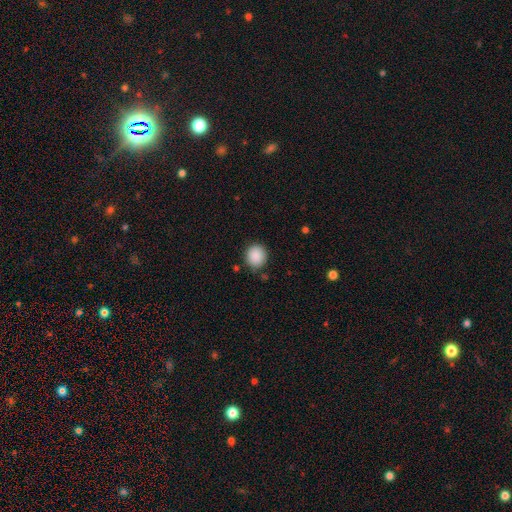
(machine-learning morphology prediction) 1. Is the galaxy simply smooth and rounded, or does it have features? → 89% smooth, 8% star or artifact, 3% featured or disk.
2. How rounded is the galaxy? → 85% round, 14% in between, 1% cigar-shaped.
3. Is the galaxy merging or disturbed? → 86% none, 9% minor disturbance, 3% major disturbance, 2% merger.